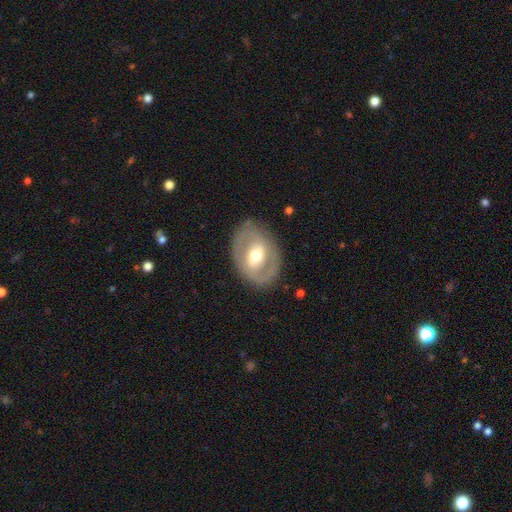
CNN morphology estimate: A featured or disk galaxy (65%) with a weak bar (39%), no spiral arms (56%) and a moderate central bulge (69%). Merging: none (79%).